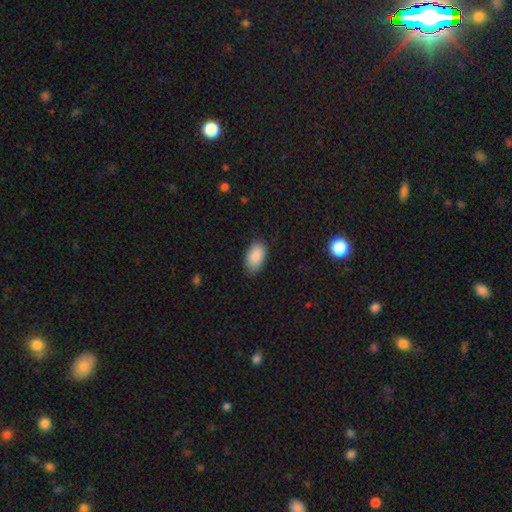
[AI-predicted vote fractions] Morphology: type=smooth (89%); roundness=in between (94%); merging=none (81%).